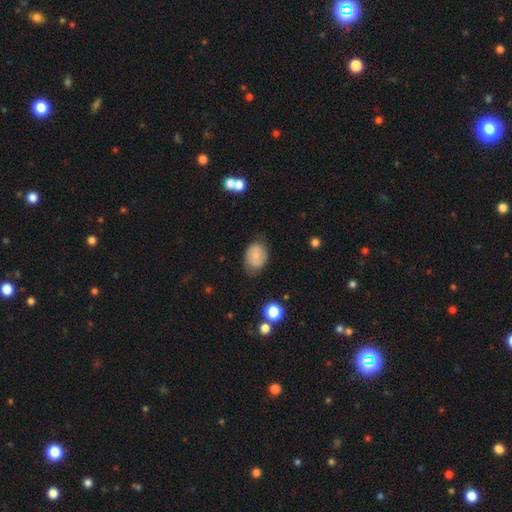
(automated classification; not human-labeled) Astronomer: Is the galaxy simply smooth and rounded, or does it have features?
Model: smooth — 71%.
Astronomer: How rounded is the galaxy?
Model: in between — 78%.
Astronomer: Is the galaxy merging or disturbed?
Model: none — 69%.